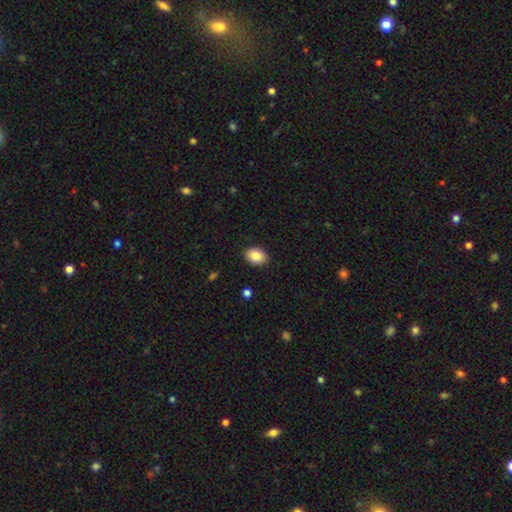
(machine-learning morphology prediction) A smooth galaxy with no disk features (87%) that is in between round and cigar-shaped (77%). Merging: none (89%).